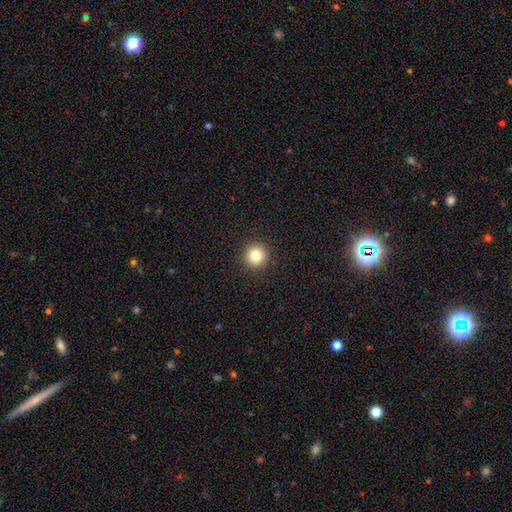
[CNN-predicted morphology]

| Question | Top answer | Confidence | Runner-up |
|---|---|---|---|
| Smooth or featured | smooth | 82% | star or artifact (12%) |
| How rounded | round | 96% | in between (3%) |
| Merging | none | 93% | minor disturbance (4%) |